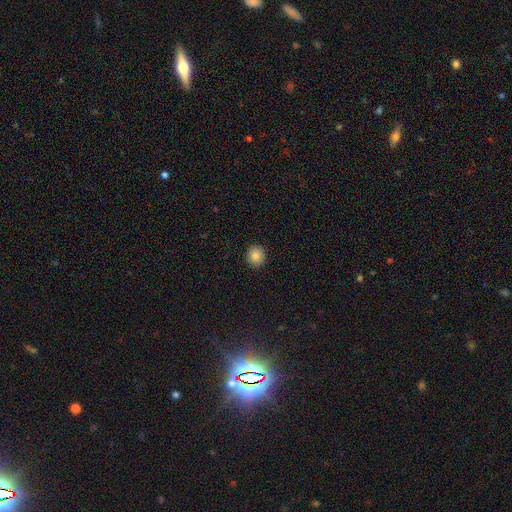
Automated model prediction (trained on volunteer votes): A smooth galaxy with no disk features (85%) that is round (83%).

Vote fractions:
- Smooth or featured? smooth: 85% / star or artifact: 10% / featured or disk: 5%
- How rounded? round: 83% / in between: 16% / cigar-shaped: 1%
- Merging? none: 92% / minor disturbance: 6% / major disturbance: 2% / merger: 1%